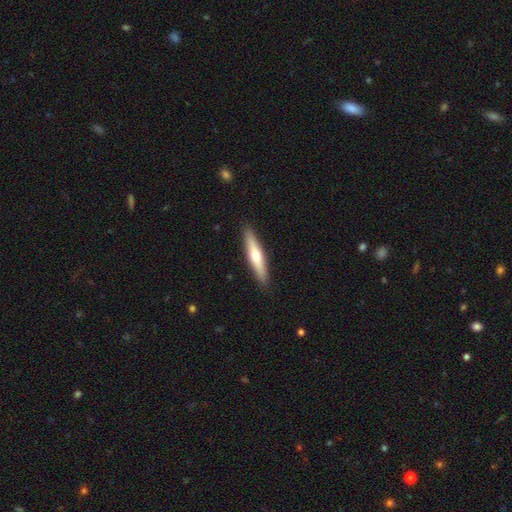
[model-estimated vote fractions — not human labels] Smooth or featured? smooth (52%)
How rounded? cigar-shaped (86%)
Merging? none (90%)